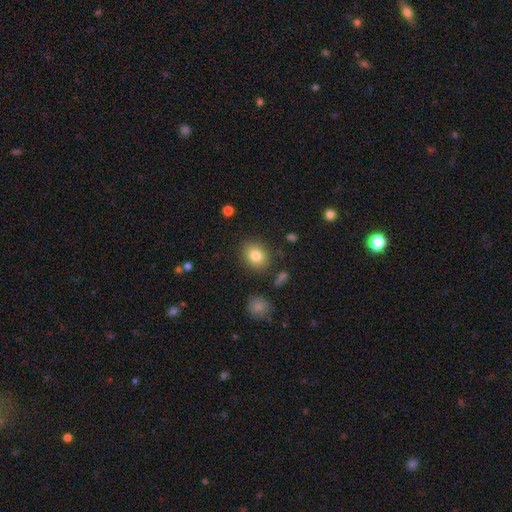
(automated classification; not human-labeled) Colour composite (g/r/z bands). It shows a smooth galaxy with no disk features (82%) that is round (53%). Merging: none (86%).